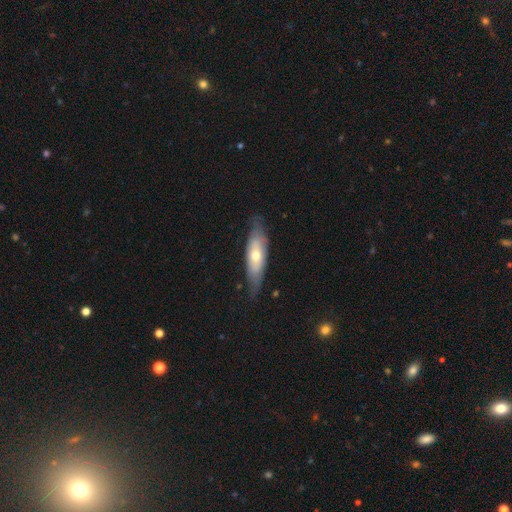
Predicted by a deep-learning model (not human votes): Smooth or featured?
  - featured or disk: 48% *
  - smooth: 46%
  - star or artifact: 6%
Merging?
  - none: 69% *
  - minor disturbance: 23%
  - major disturbance: 6%
  - merger: 1%